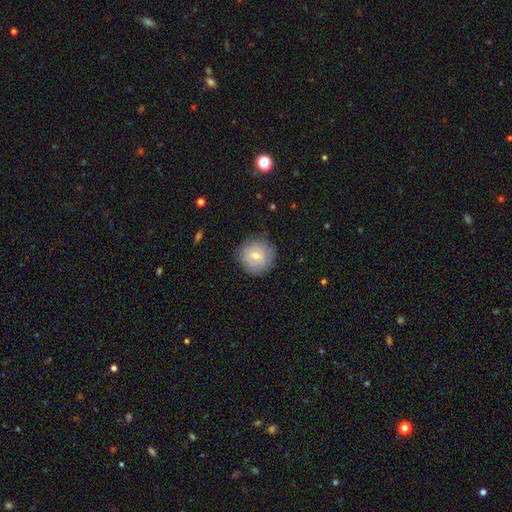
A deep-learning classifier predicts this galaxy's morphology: This is possibly a smooth galaxy (55%). How rounded: clearly round (94%). Merging: clearly none (84%).